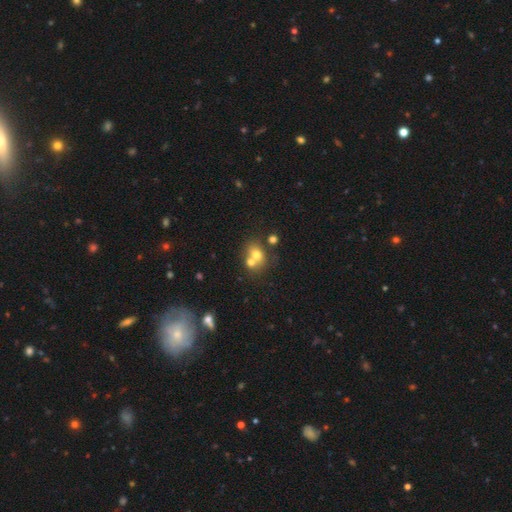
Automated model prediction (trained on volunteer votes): smooth_or_featured: smooth (p=0.66) [alt: featured or disk p=0.20]
how_rounded: round (p=0.59) [alt: in between p=0.40]
merging: merger (p=0.55) [alt: none p=0.34]